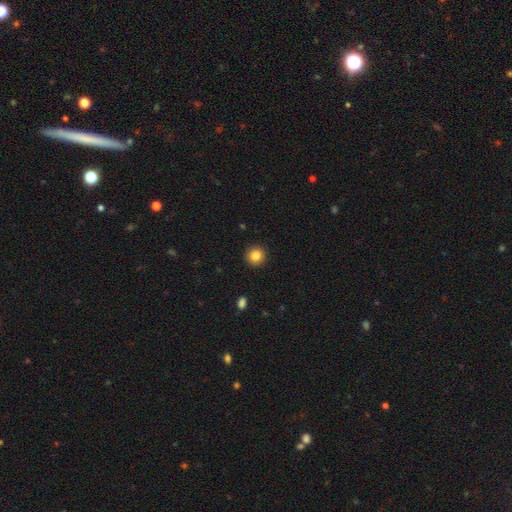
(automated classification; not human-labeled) Q: Smooth or featured?
A: smooth (84%); runner-up: star or artifact (10%)
Q: How rounded?
A: round (95%); runner-up: in between (4%)
Q: Merging?
A: none (93%); runner-up: minor disturbance (5%)